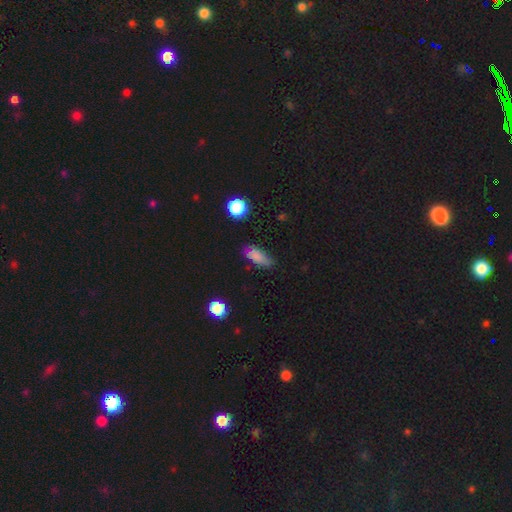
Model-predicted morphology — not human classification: A smooth galaxy with no disk features (75%) that is in between round and cigar-shaped (77%).

Vote fractions:
- Smooth or featured? smooth: 75% / featured or disk: 15% / star or artifact: 11%
- How rounded? in between: 77% / cigar-shaped: 19% / round: 4%
- Merging? none: 66% / minor disturbance: 25% / major disturbance: 6% / merger: 3%